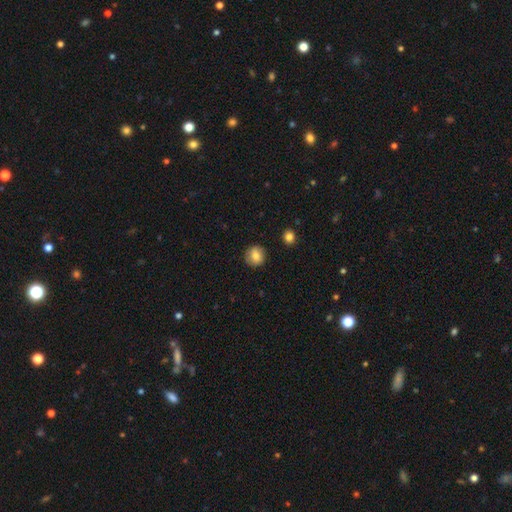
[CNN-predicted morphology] Smooth or featured? smooth (81%)
How rounded? round (89%)
Merging? none (88%)